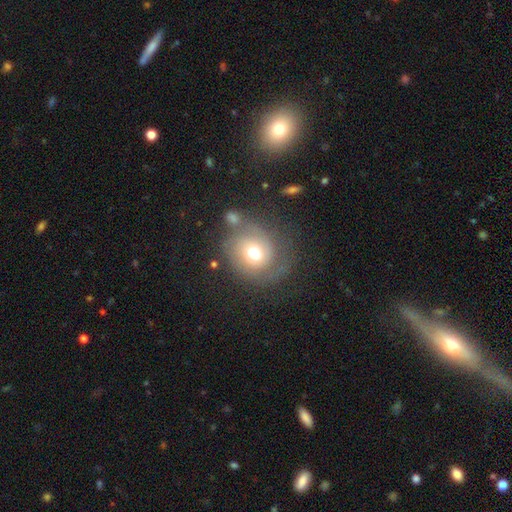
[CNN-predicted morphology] Smooth or featured? smooth (49%)
Merging? none (52%)